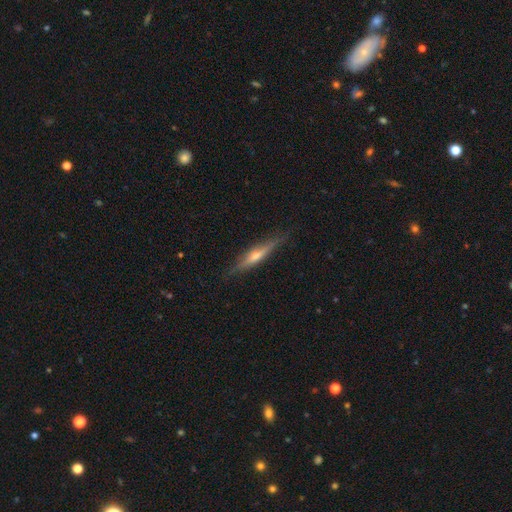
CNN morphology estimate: Q: Smooth or featured?
A: featured or disk (65%); runner-up: smooth (28%)
Q: Edge-on disk?
A: yes (95%); runner-up: no (5%)
Q: Edge-on bulge?
A: rounded (77%); runner-up: none (15%)
Q: Merging?
A: none (84%); runner-up: minor disturbance (12%)